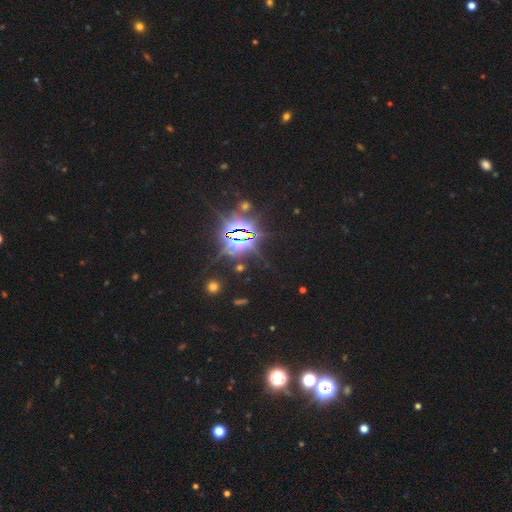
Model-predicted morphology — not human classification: smooth-or-featured: star or artifact: 84% | smooth: 10% | featured or disk: 7%